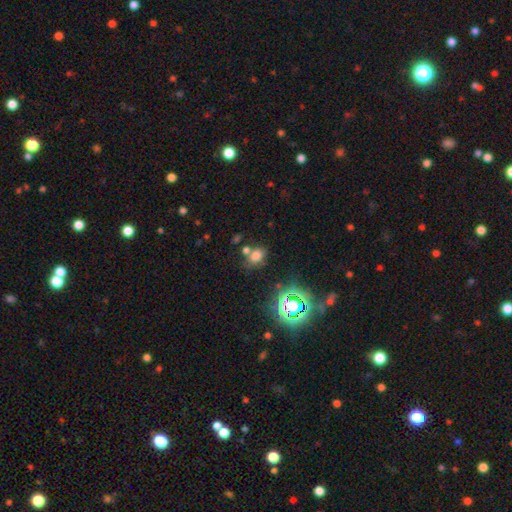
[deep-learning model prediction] smooth_or_featured: smooth (p=0.66) [alt: star or artifact p=0.25]
how_rounded: in between (p=0.67) [alt: round p=0.31]
merging: none (p=0.61) [alt: merger p=0.20]